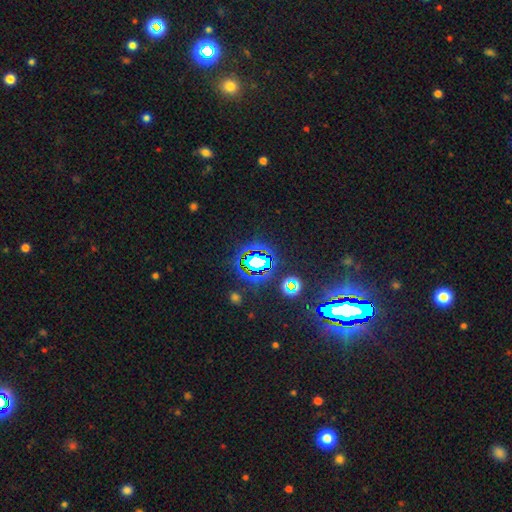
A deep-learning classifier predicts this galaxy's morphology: A star or artifact, not a galaxy (77%).

Vote fractions:
- Smooth or featured? star or artifact: 77% / smooth: 14% / featured or disk: 9%